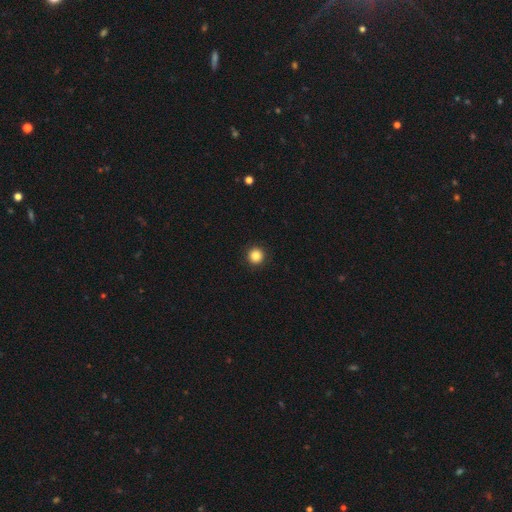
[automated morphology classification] This appears to be a smooth galaxy with no disk features (85%) that is round (96%). Merging: none (93%).